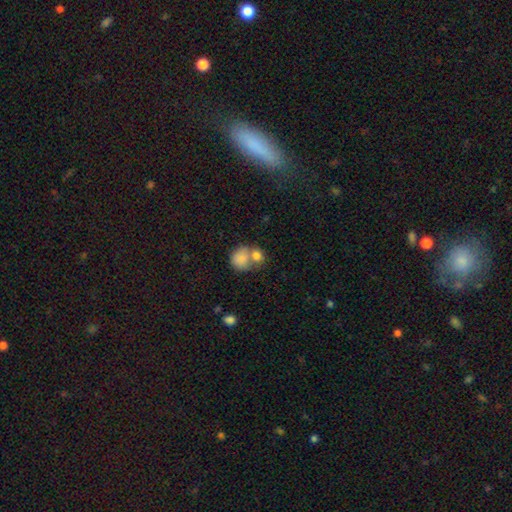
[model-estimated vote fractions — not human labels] smooth-or-featured: smooth: 81% | featured or disk: 11% | star or artifact: 8%
  how-rounded: round: 64% | in between: 35% | cigar-shaped: 1%
  merging: merger: 58% | none: 28% | minor disturbance: 9% | major disturbance: 5%